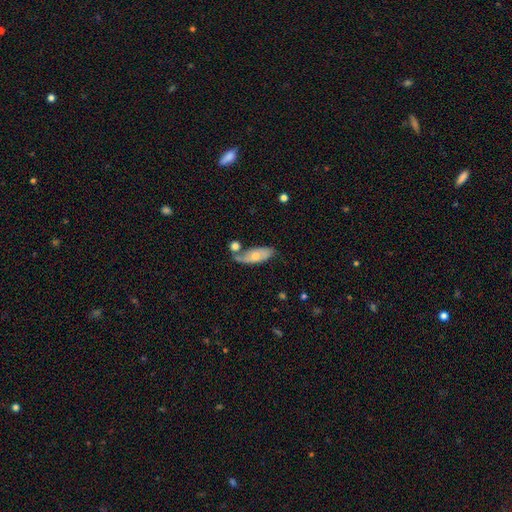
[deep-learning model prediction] Q: Smooth or featured?
A: smooth (48%); runner-up: featured or disk (45%)
Q: Merging?
A: none (48%); runner-up: minor disturbance (22%)